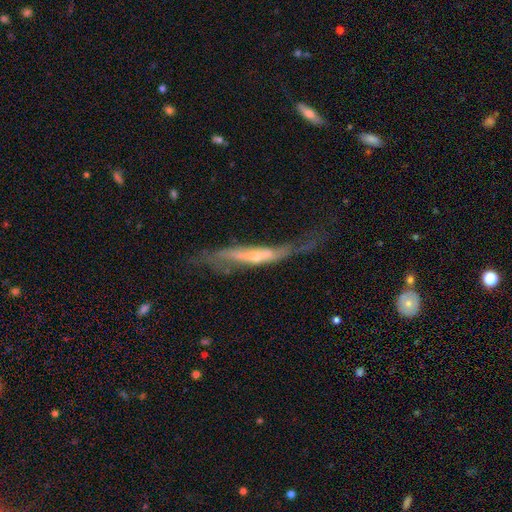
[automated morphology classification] type=featured or disk (72%); edge-on=yes (64%); merging=none (40%).